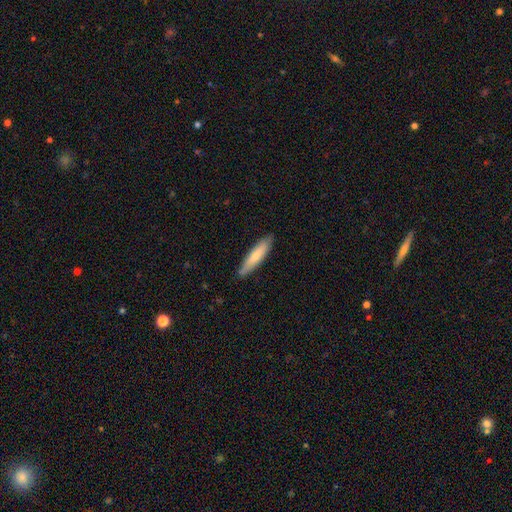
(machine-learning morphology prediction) smooth-or-featured: smooth: 71% | featured or disk: 24% | star or artifact: 5%
  how-rounded: cigar-shaped: 83% | in between: 16% | round: 1%
  merging: none: 86% | minor disturbance: 11% | major disturbance: 2% | merger: 1%